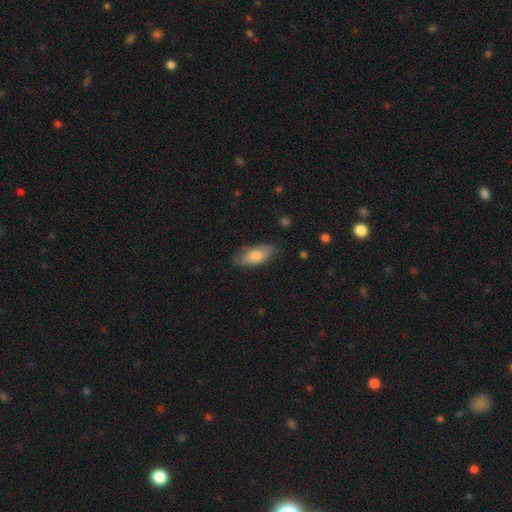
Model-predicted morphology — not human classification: The model was most divided on "merging": none: 75%, minor disturbance: 20%, major disturbance: 4%, merger: 1%. More confident: how rounded — in between (80%); smooth or featured — smooth (75%).